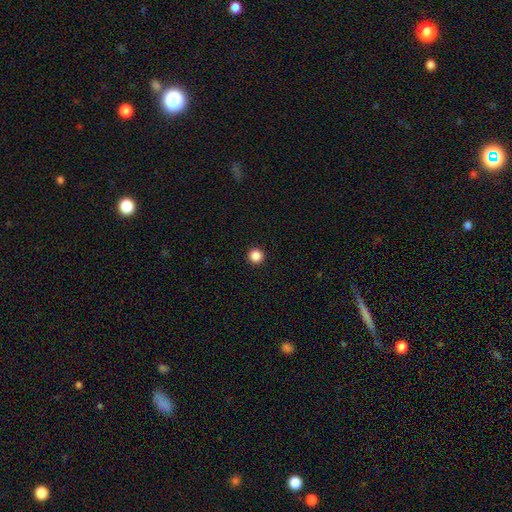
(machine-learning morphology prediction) The model was most divided on "smooth or featured": smooth: 87%, star or artifact: 11%, featured or disk: 3%. More confident: how rounded — round (97%); merging — none (94%).